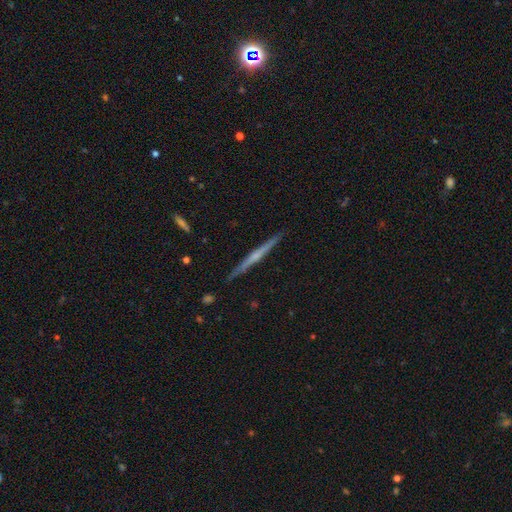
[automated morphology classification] This is likely a featured or disk galaxy (72%). It is clearly viewed edge-on (98%). Edge-on bulge: possibly rounded (50%). Merging: clearly none (91%).